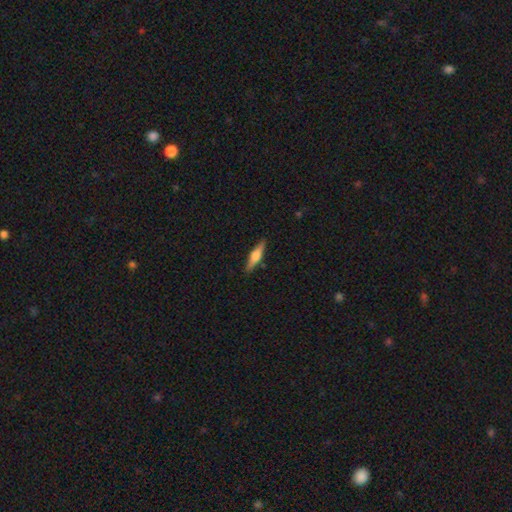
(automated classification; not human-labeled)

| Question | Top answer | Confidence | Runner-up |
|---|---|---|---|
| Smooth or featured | featured or disk | 52% | smooth (43%) |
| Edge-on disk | yes | 96% | no (4%) |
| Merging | none | 89% | minor disturbance (8%) |